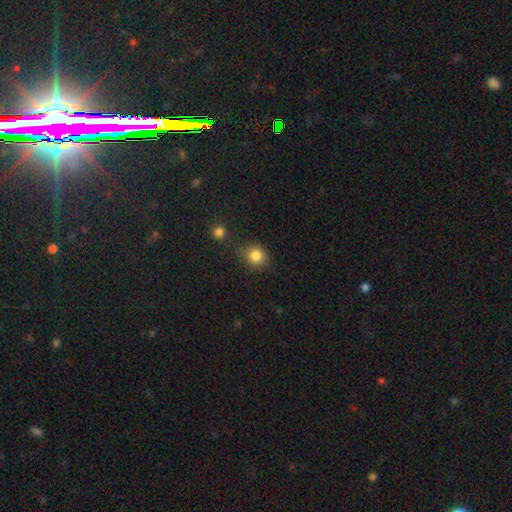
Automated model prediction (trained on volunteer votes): This is clearly a smooth galaxy (84%). How rounded: clearly round (81%). Merging: likely none (76%).